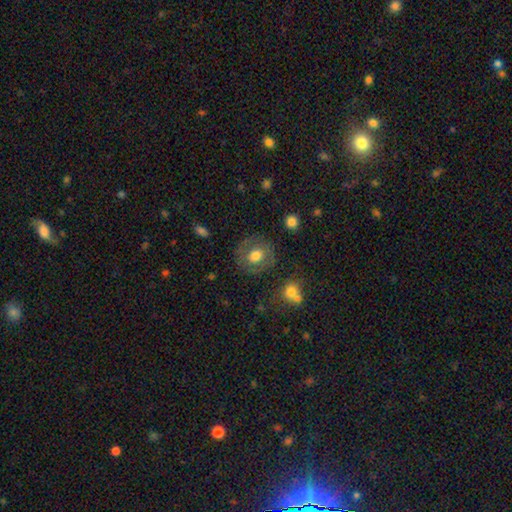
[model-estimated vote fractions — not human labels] A smooth galaxy with no disk features (58%) that is round (77%).

Vote fractions:
- Smooth or featured? smooth: 58% / featured or disk: 33% / star or artifact: 9%
- How rounded? round: 77% / in between: 22% / cigar-shaped: 1%
- Merging? none: 77% / minor disturbance: 13% / major disturbance: 7% / merger: 3%